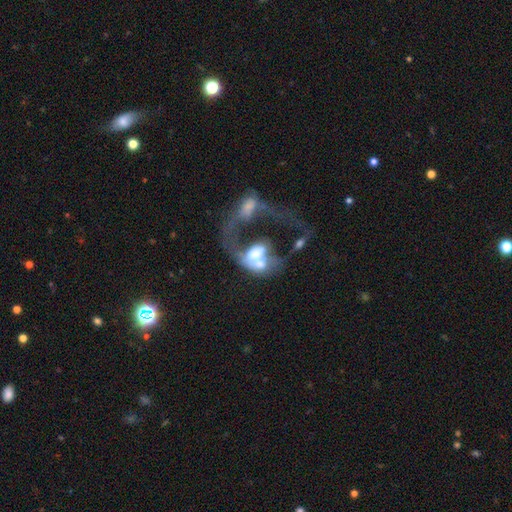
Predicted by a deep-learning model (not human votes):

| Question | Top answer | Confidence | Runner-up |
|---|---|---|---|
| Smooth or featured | featured or disk | 49% | smooth (40%) |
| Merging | merger | 63% | major disturbance (27%) |